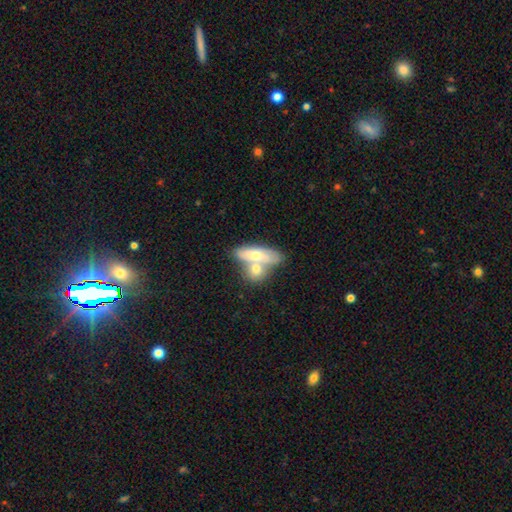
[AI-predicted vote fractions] smooth_or_featured: smooth (p=0.59) [alt: featured or disk p=0.35]
how_rounded: in between (p=0.66) [alt: cigar-shaped p=0.27]
merging: merger (p=0.61) [alt: none p=0.27]